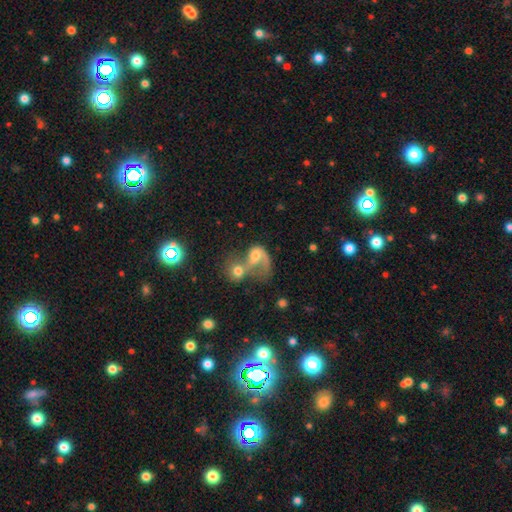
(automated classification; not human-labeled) Morphology: type=featured or disk (51%); edge-on=no (97%); merging=merger (72%).